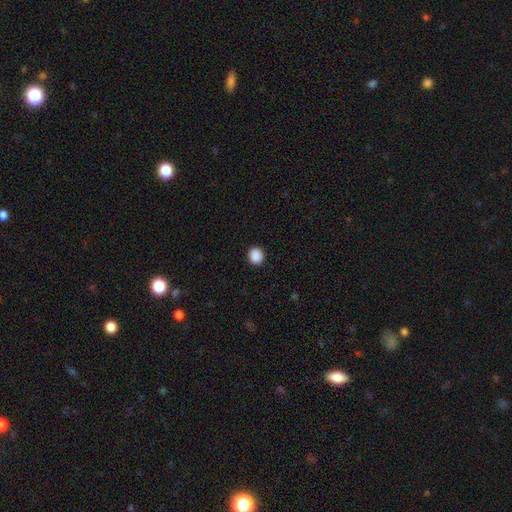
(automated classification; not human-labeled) Smooth or featured? Predicted: smooth (p=0.89). How rounded? Predicted: round (p=0.83). Merging? Predicted: none (p=0.92).